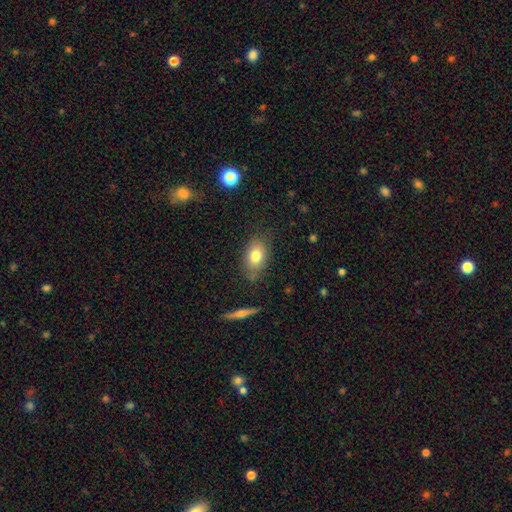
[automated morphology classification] A smooth galaxy with no disk features (78%) that is in between round and cigar-shaped (81%).

Vote fractions:
- Smooth or featured? smooth: 78% / featured or disk: 14% / star or artifact: 9%
- How rounded? in between: 81% / round: 16% / cigar-shaped: 3%
- Merging? none: 76% / minor disturbance: 16% / major disturbance: 4% / merger: 4%